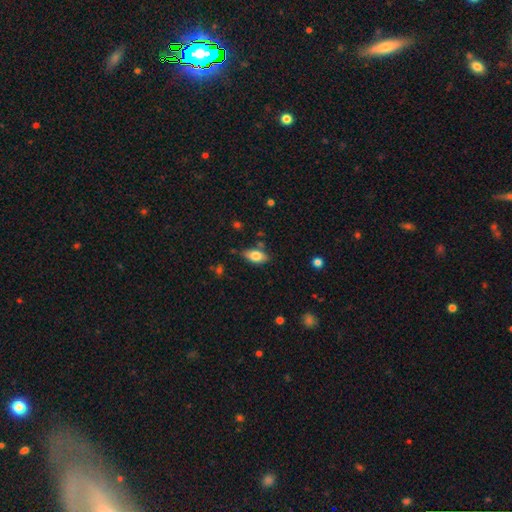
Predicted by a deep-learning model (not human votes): This appears to be a smooth galaxy with no disk features (78%) that is in between round and cigar-shaped (90%). Merging: none (77%).